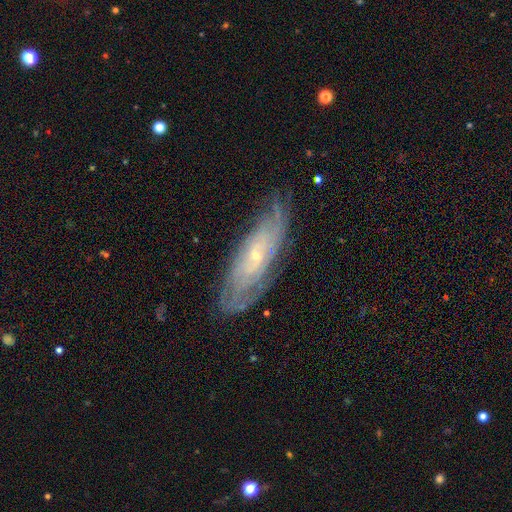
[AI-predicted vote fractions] smooth_or_featured: featured or disk (p=0.77) [alt: smooth p=0.16]
disk_edge_on: no (p=0.80) [alt: yes p=0.20]
bar: no (p=0.69) [alt: weak p=0.25]
has_spiral_arms: yes (p=0.88) [alt: no p=0.12]
spiral_winding: tight (p=0.69) [alt: medium p=0.24]
spiral_arm_count: can't tell (p=0.59) [alt: 2 p=0.15]
bulge_size: small (p=0.79) [alt: moderate p=0.17]
merging: none (p=0.76) [alt: minor disturbance p=0.18]